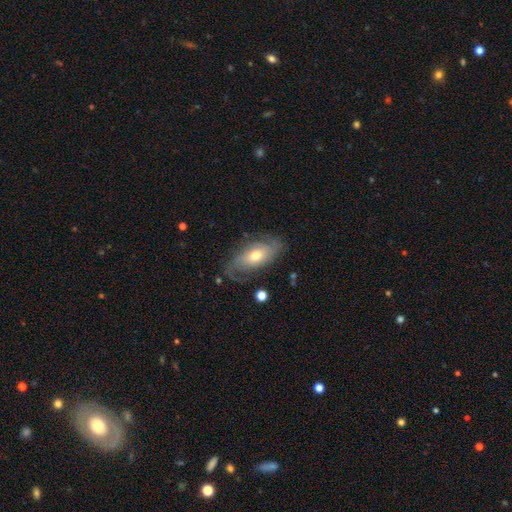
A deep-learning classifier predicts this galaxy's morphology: smooth_or_featured: featured or disk (p=0.64) [alt: smooth p=0.30]
disk_edge_on: no (p=0.89) [alt: yes p=0.11]
bar: no (p=0.72) [alt: weak p=0.23]
has_spiral_arms: yes (p=0.83) [alt: no p=0.17]
bulge_size: moderate (p=0.67) [alt: small p=0.24]
merging: none (p=0.66) [alt: minor disturbance p=0.21]